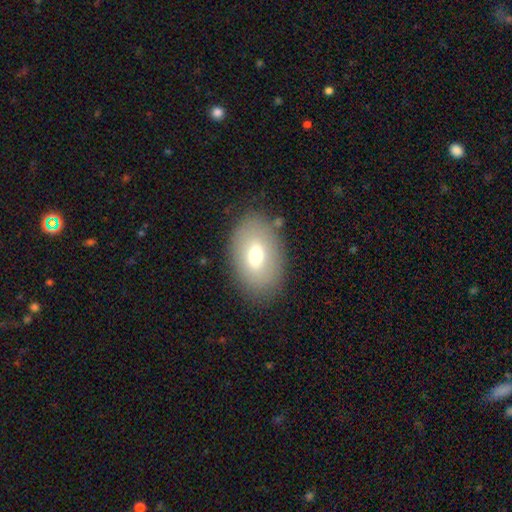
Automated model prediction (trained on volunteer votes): smooth 65%, featured or disk 25%, star or artifact 9%. Down the decision tree: how rounded — in between (86%); merging — none (83%).